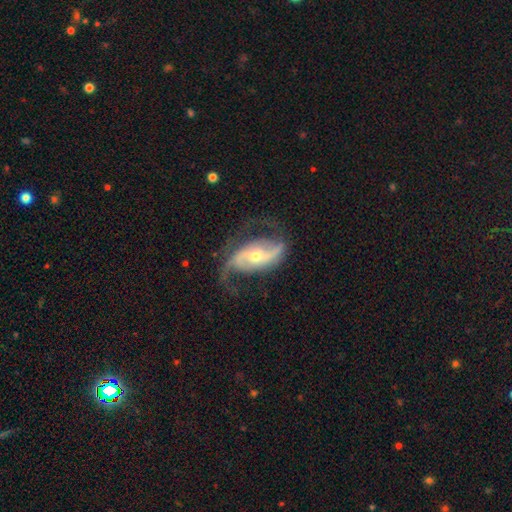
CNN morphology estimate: A featured or disk galaxy (89%) with a strong bar (35%), 2 (90%) loose (55%) spiral arms (96%) and a moderate central bulge (51%).

Vote fractions:
- Smooth or featured? featured or disk: 89% / smooth: 6% / star or artifact: 5%
- Edge-on disk? no: 96% / yes: 4%
- Bar? strong: 35% / weak: 34% / no: 31%
- Spiral arms? yes: 96% / no: 4%
- Spiral winding? loose: 55% / medium: 34% / tight: 10%
- Spiral arm count? 2: 90% / 1: 3% / can't tell: 3% / 3: 2% / 4: 1% / more than 4: 1%
- Bulge size? moderate: 51% / small: 44% / large: 3% / none: 1% / dominant: 1%
- Merging? none: 67% / minor disturbance: 17% / major disturbance: 15% / merger: 2%